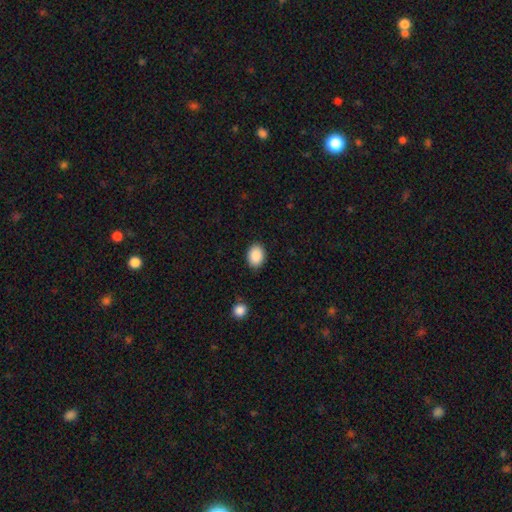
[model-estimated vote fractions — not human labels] smooth_or_featured: smooth (p=0.90) [alt: star or artifact p=0.07]
how_rounded: in between (p=0.72) [alt: round p=0.27]
merging: none (p=0.88) [alt: minor disturbance p=0.08]